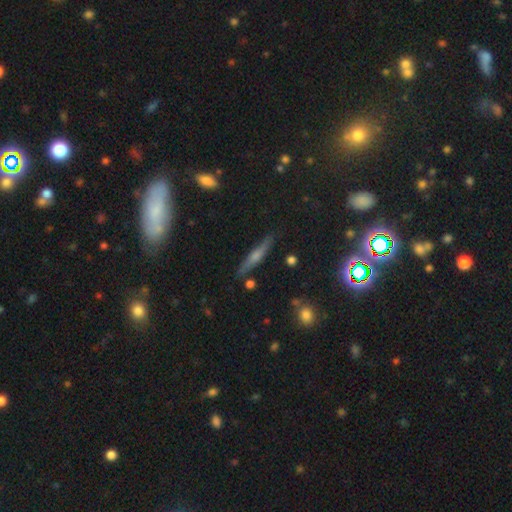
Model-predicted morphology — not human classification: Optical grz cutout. It shows a featured or disk galaxy (61%) viewed edge-on (93%) with a rounded central bulge (78%). Merging: none (84%).